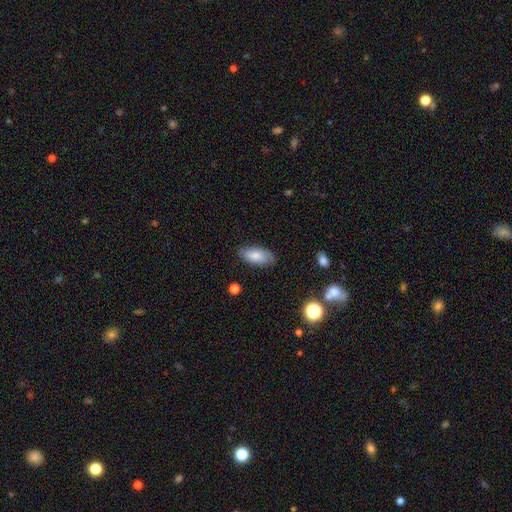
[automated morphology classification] This is clearly a smooth galaxy (81%). How rounded: clearly in between (90%). Merging: likely none (79%).